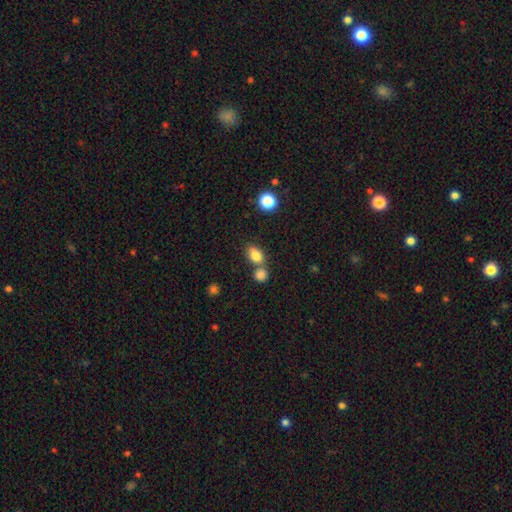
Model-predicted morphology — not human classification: Smooth or featured? smooth (81%)
How rounded? in between (70%)
Merging? none (52%)